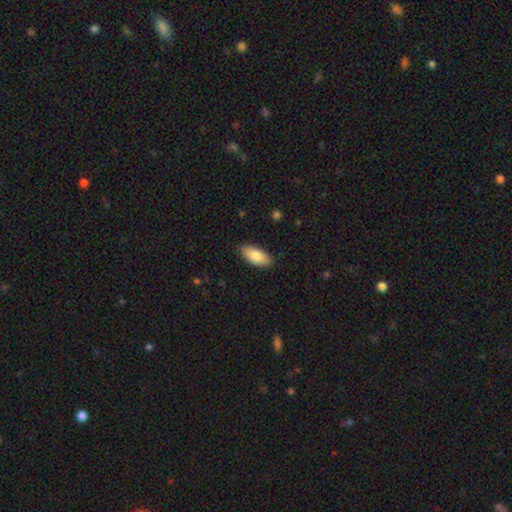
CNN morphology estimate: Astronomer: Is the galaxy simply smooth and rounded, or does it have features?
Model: smooth — 83%.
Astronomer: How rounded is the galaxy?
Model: in between — 90%.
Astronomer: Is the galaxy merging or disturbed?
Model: none — 86%.